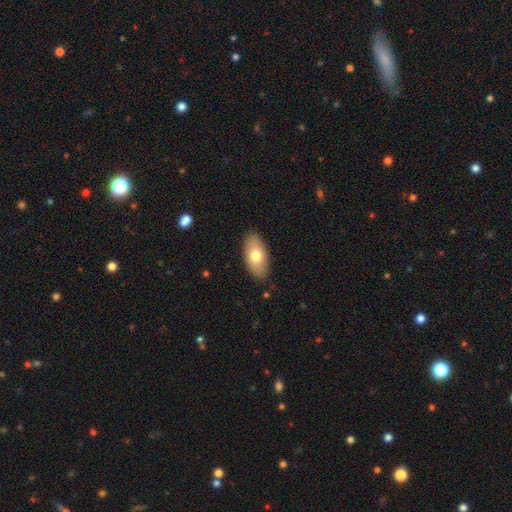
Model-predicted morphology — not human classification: A smooth galaxy with no disk features (73%) that is in between round and cigar-shaped (92%).

Vote fractions:
- Smooth or featured? smooth: 73% / featured or disk: 21% / star or artifact: 6%
- How rounded? in between: 92% / cigar-shaped: 5% / round: 3%
- Merging? none: 85% / minor disturbance: 11% / major disturbance: 2% / merger: 1%